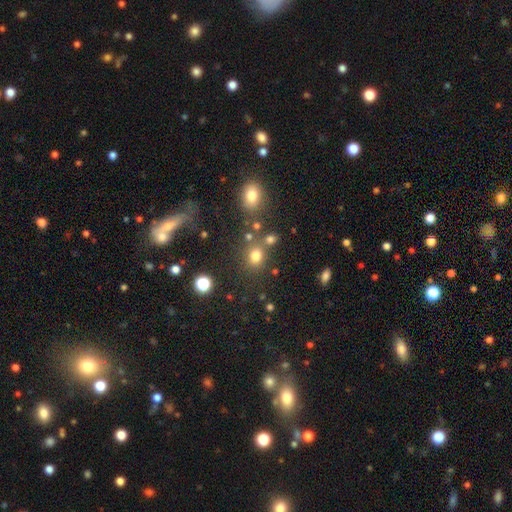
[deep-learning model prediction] smooth-or-featured: smooth: 74% | star or artifact: 19% | featured or disk: 7%
  how-rounded: round: 70% | in between: 29% | cigar-shaped: 1%
  merging: none: 68% | merger: 14% | minor disturbance: 12% | major disturbance: 6%